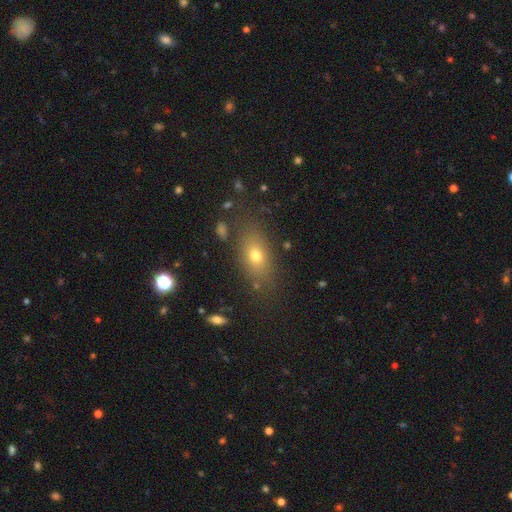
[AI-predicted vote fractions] This appears to be a smooth galaxy with no disk features (69%) that is in between round and cigar-shaped (77%). Merging: none (79%).